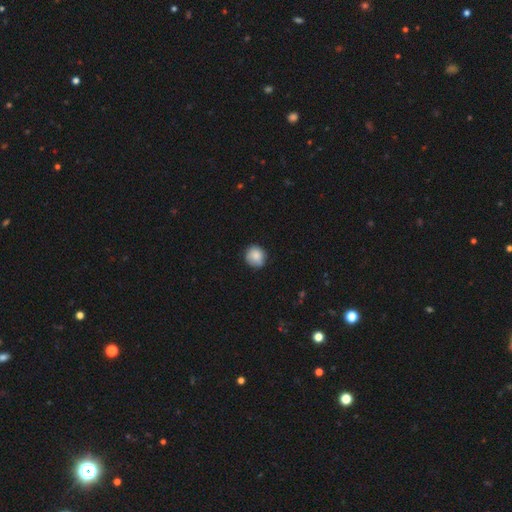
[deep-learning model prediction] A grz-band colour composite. It shows a smooth galaxy with no disk features (85%) that is round (89%). Merging: none (78%).